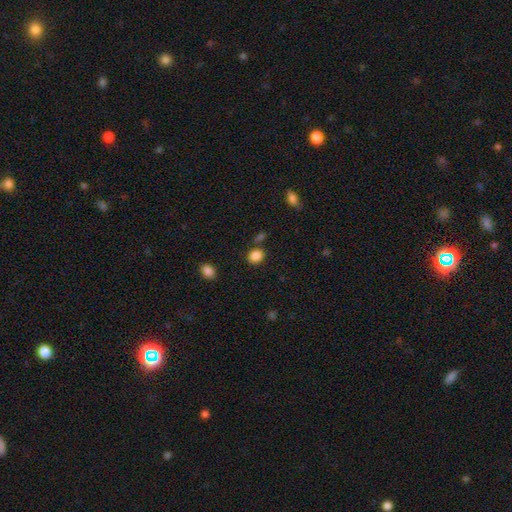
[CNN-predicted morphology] The model was most divided on "how rounded": round: 64%, in between: 35%, cigar-shaped: 1%. More confident: smooth or featured — smooth (87%); merging — none (77%).